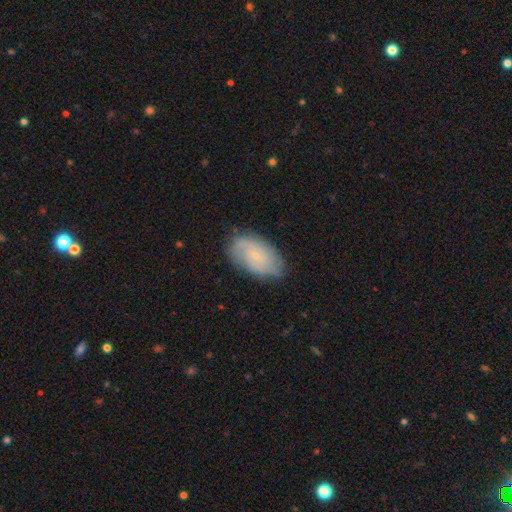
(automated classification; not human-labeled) Q: Smooth or featured?
A: featured or disk (62%); runner-up: smooth (30%)
Q: Edge-on disk?
A: no (96%); runner-up: yes (4%)
Q: Bar?
A: no (66%); runner-up: weak (30%)
Q: Spiral arms?
A: yes (88%); runner-up: no (12%)
Q: Spiral winding?
A: tight (42%); runner-up: medium (41%)
Q: Spiral arm count?
A: 2 (41%); runner-up: can't tell (36%)
Q: Bulge size?
A: small (81%); runner-up: moderate (12%)
Q: Merging?
A: none (76%); runner-up: minor disturbance (19%)